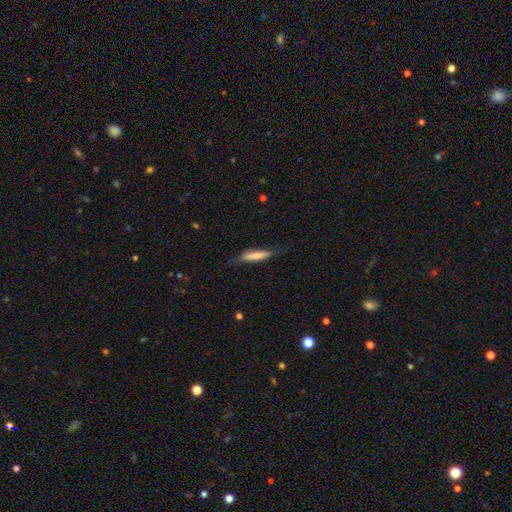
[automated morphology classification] Overall: smooth (70%). How rounded: cigar-shaped (86%). Merging: none (71%).